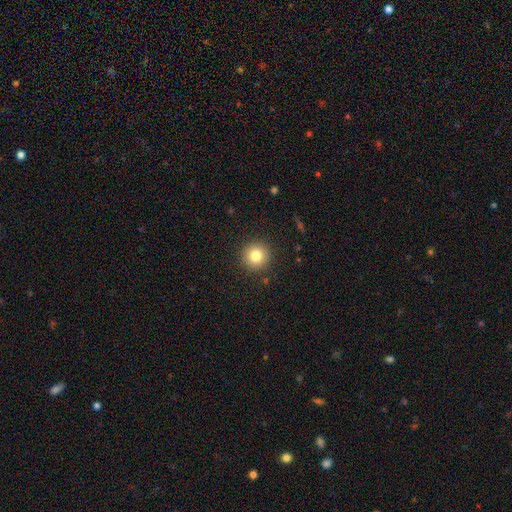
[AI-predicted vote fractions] Smooth or featured? smooth (82%)
How rounded? round (95%)
Merging? none (91%)